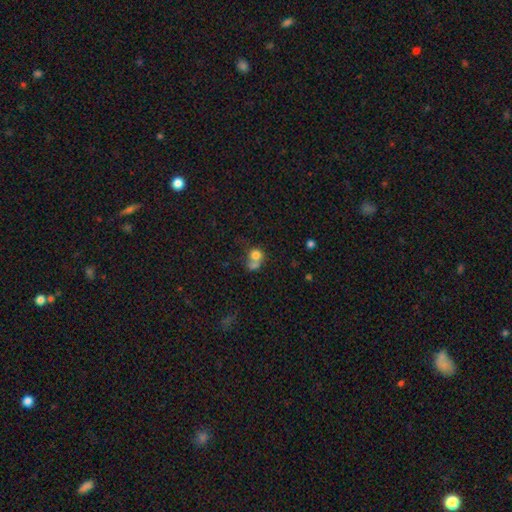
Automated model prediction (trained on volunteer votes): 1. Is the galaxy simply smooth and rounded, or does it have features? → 74% smooth, 15% featured or disk, 11% star or artifact.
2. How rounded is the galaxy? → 74% round, 25% in between, 1% cigar-shaped.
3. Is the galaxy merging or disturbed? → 50% merger, 29% none, 11% minor disturbance, 10% major disturbance.